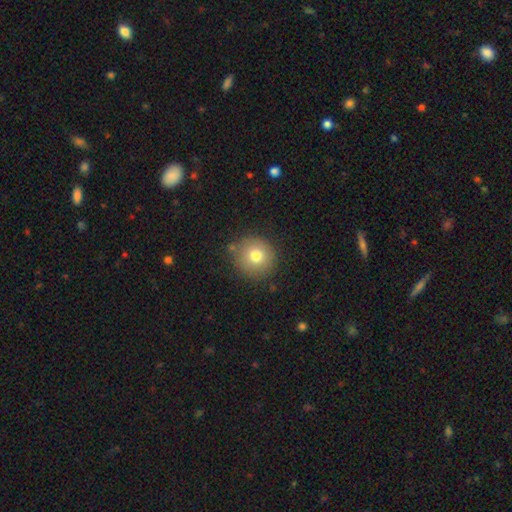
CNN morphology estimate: A smooth galaxy with no disk features (77%) that is round (93%). Merging: none (82%).